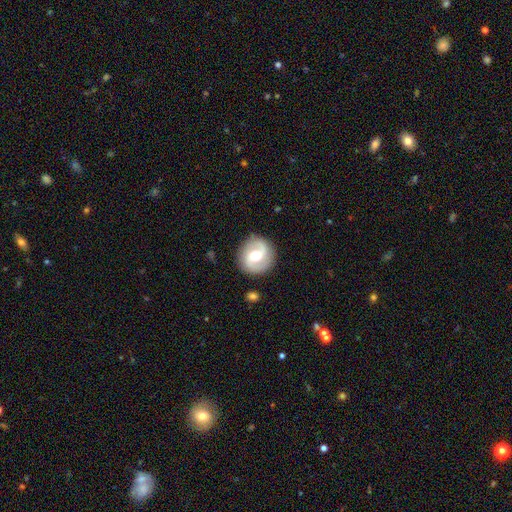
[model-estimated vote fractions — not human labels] This is likely a featured or disk galaxy (69%). It is clearly not viewed edge-on (97%). Bar: possibly weak (49%). Spiral arm pattern: clearly yes (83%). Spiral arm count: clearly 2 (90%). Spiral winding: possibly medium (46%). Central bulge: likely moderate (74%). Merging: clearly none (87%).